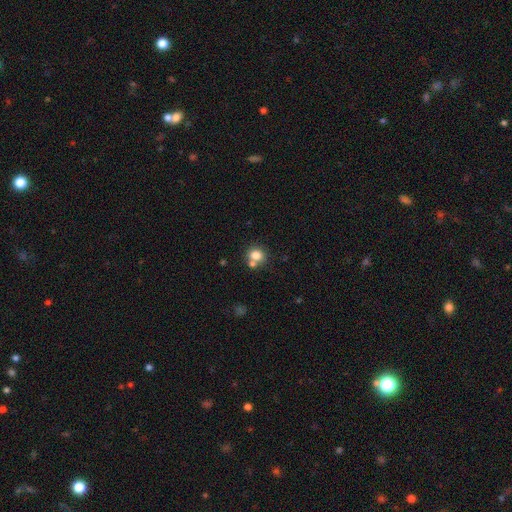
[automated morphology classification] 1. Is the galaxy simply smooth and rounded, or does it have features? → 79% smooth, 12% star or artifact, 9% featured or disk.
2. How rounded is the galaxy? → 78% round, 22% in between, 1% cigar-shaped.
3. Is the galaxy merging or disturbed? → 59% none, 27% merger, 10% minor disturbance, 4% major disturbance.